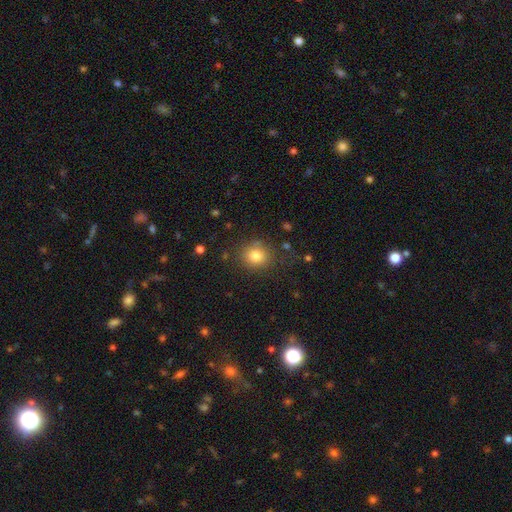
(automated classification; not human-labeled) This is clearly a smooth galaxy (81%). How rounded: clearly round (80%). Merging: clearly none (81%).